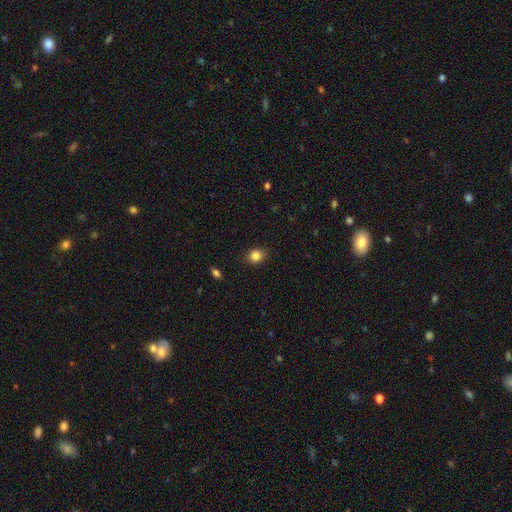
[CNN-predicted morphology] This is clearly a smooth galaxy (84%). How rounded: possibly round (60%). Merging: clearly none (87%).